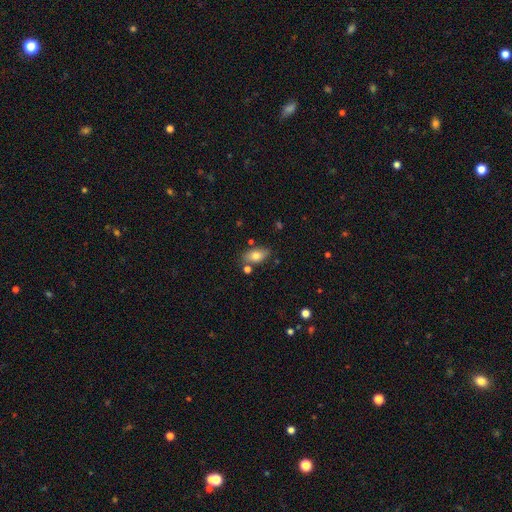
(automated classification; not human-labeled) smooth-or-featured: smooth: 77% | featured or disk: 14% | star or artifact: 8%
  how-rounded: in between: 90% | round: 6% | cigar-shaped: 4%
  merging: none: 75% | minor disturbance: 14% | merger: 8% | major disturbance: 3%